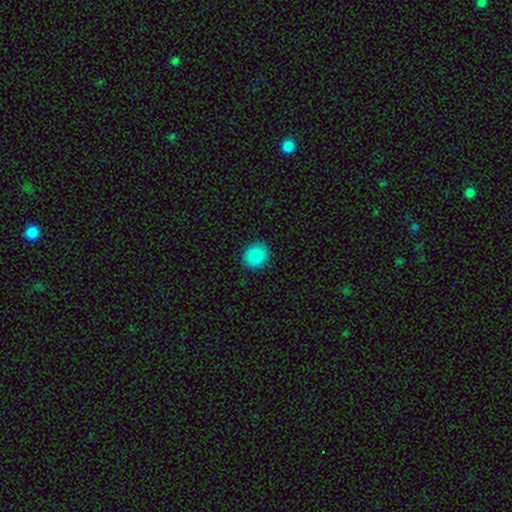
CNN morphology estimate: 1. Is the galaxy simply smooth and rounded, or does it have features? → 89% smooth, 9% star or artifact, 3% featured or disk.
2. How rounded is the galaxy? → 77% round, 22% in between, 1% cigar-shaped.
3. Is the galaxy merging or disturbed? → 89% none, 8% minor disturbance, 2% major disturbance, 1% merger.